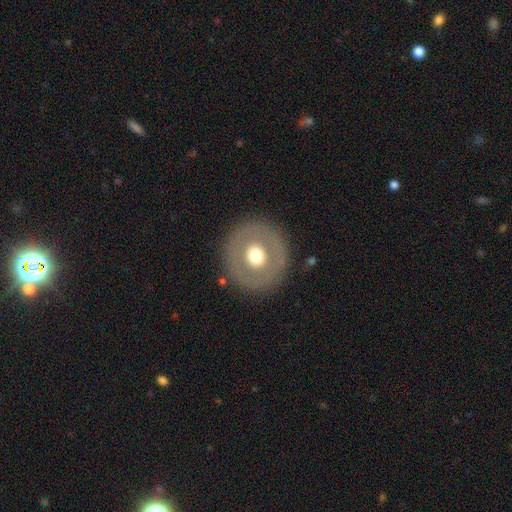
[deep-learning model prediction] smooth 51%, featured or disk 42%, star or artifact 7%. Down the decision tree: how rounded — round (92%); merging — none (87%).